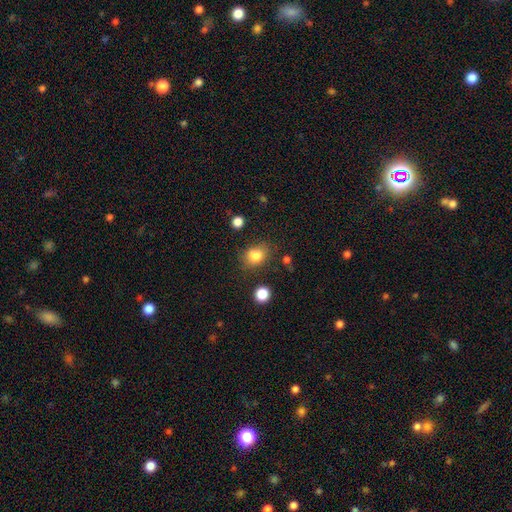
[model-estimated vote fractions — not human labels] Q: Smooth or featured?
A: smooth (83%); runner-up: star or artifact (11%)
Q: How rounded?
A: round (50%); runner-up: in between (49%)
Q: Merging?
A: none (77%); runner-up: minor disturbance (15%)